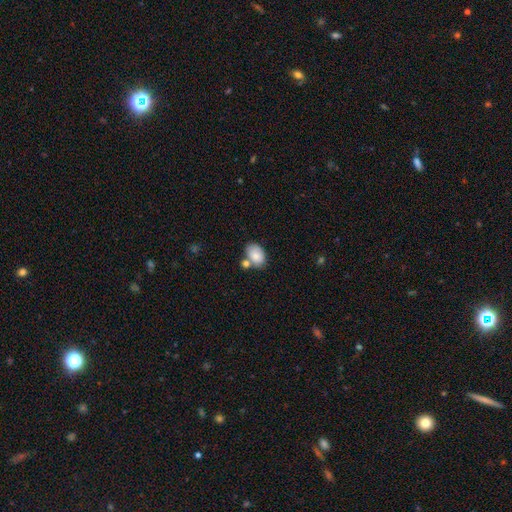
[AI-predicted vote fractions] smooth_or_featured: smooth (p=0.82) [alt: featured or disk p=0.11]
how_rounded: in between (p=0.85) [alt: round p=0.14]
merging: none (p=0.54) [alt: merger p=0.24]